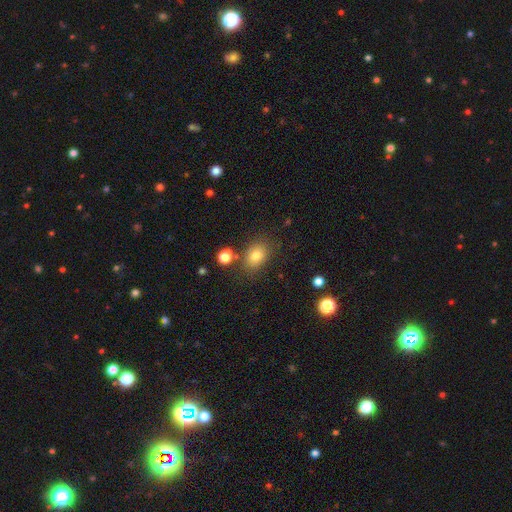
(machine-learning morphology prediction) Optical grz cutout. It shows a smooth galaxy with no disk features (79%) that is in between round and cigar-shaped (62%). Merging: none (74%).